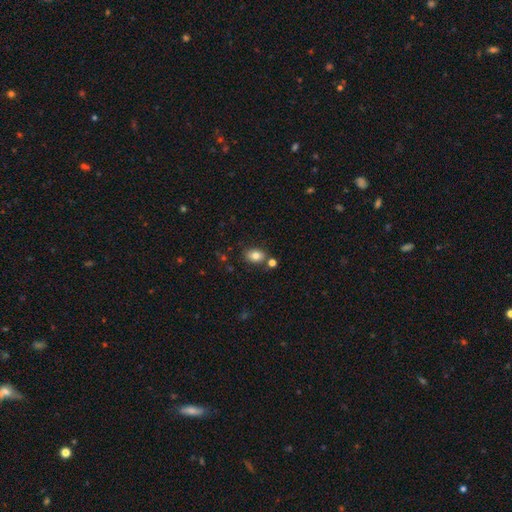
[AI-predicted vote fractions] Q: Smooth or featured?
A: smooth (80%); runner-up: featured or disk (11%)
Q: How rounded?
A: in between (78%); runner-up: round (21%)
Q: Merging?
A: none (74%); runner-up: minor disturbance (12%)